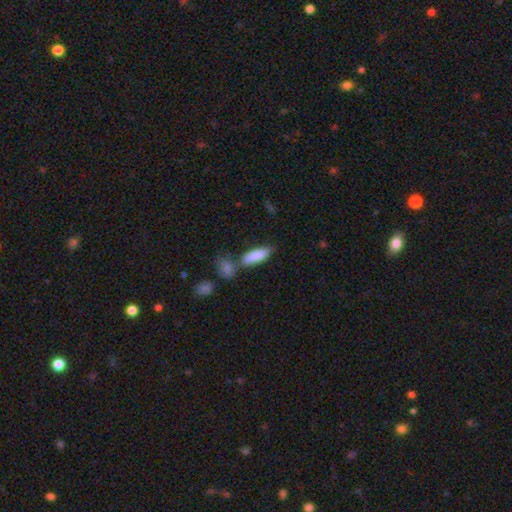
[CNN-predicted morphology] This is clearly a smooth galaxy (84%). How rounded: likely in between (62%). Merging: possibly none (56%).